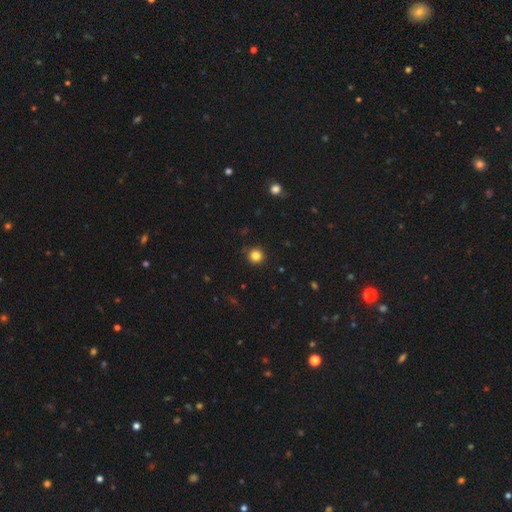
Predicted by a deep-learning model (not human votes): A smooth galaxy with no disk features (83%) that is round (95%).

Vote fractions:
- Smooth or featured? smooth: 83% / star or artifact: 13% / featured or disk: 4%
- How rounded? round: 95% / in between: 4% / cigar-shaped: 1%
- Merging? none: 91% / minor disturbance: 6% / major disturbance: 2% / merger: 1%